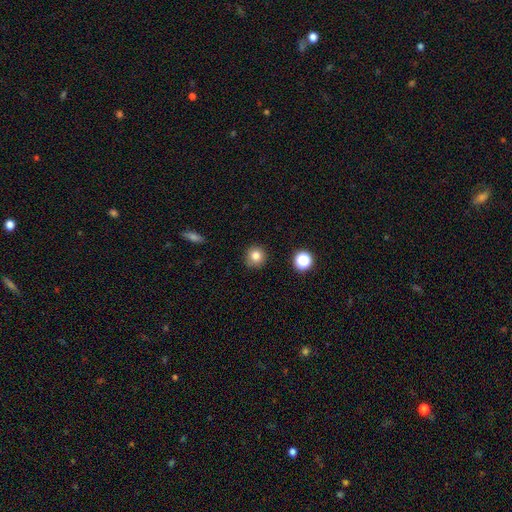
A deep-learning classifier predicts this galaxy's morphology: Smooth or featured? Predicted: smooth (p=0.82). How rounded? Predicted: round (p=0.92). Merging? Predicted: none (p=0.88).